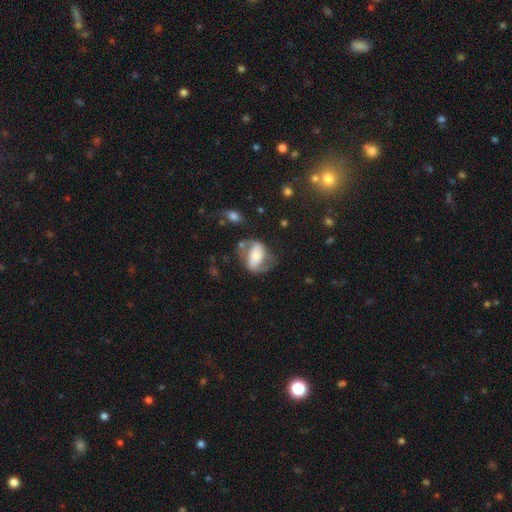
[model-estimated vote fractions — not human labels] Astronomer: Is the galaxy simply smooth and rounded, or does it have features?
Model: featured or disk — 61%.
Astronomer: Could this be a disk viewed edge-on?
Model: no — 95%.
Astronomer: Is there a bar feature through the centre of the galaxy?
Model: no — 41% (runner-up: strong, 30%).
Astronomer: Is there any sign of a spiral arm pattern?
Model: yes — 81%.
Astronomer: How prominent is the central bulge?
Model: moderate — 39% (runner-up: small, 37%).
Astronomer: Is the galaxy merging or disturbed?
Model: none — 52%.